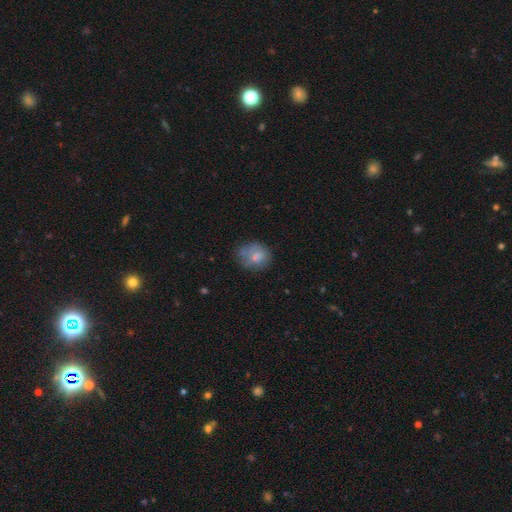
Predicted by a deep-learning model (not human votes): Smooth or featured? Predicted: smooth (p=0.68). How rounded? Predicted: round (p=0.64). Merging? Predicted: none (p=0.57).